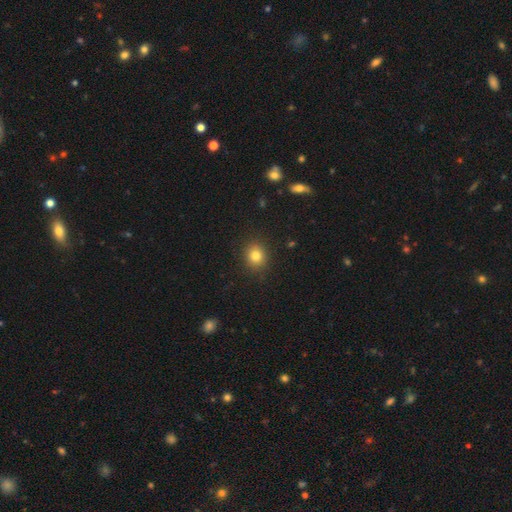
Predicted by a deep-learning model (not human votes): Smooth or featured? smooth (81%)
How rounded? round (79%)
Merging? none (89%)